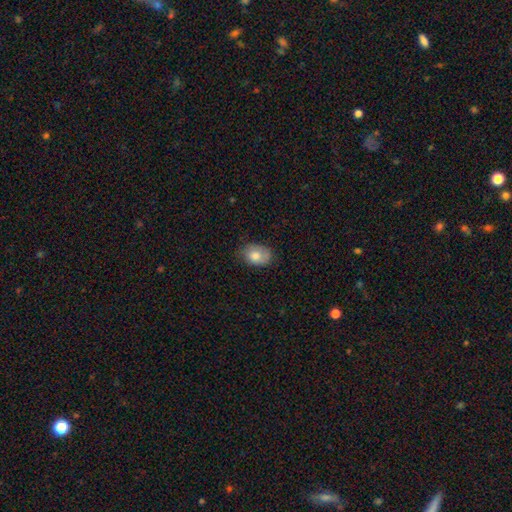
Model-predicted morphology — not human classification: Smooth or featured? smooth (78%)
How rounded? in between (79%)
Merging? none (68%)